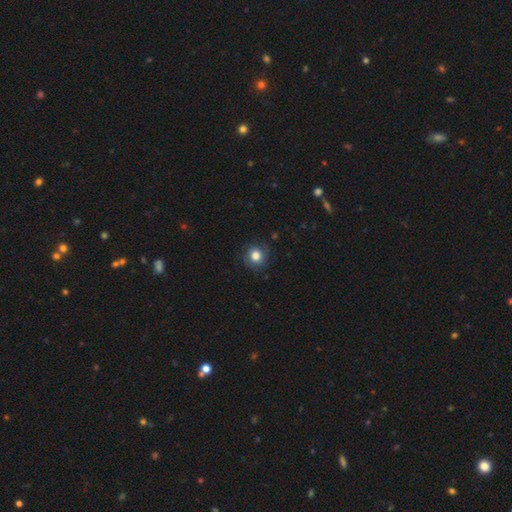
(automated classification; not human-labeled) This appears to be a smooth galaxy with no disk features (78%) that is round (88%). Merging: none (82%).